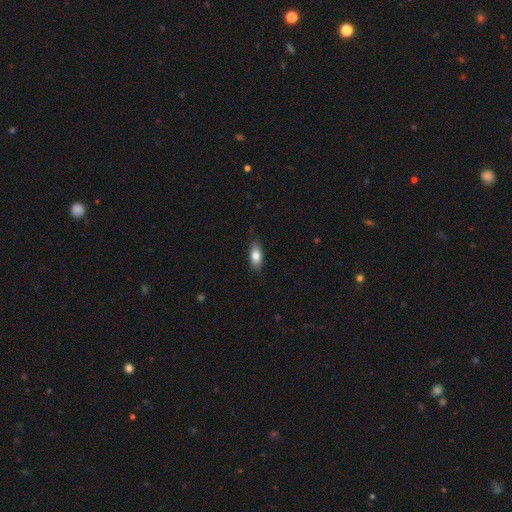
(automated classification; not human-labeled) Smooth or featured? smooth (81%)
How rounded? in between (85%)
Merging? none (85%)